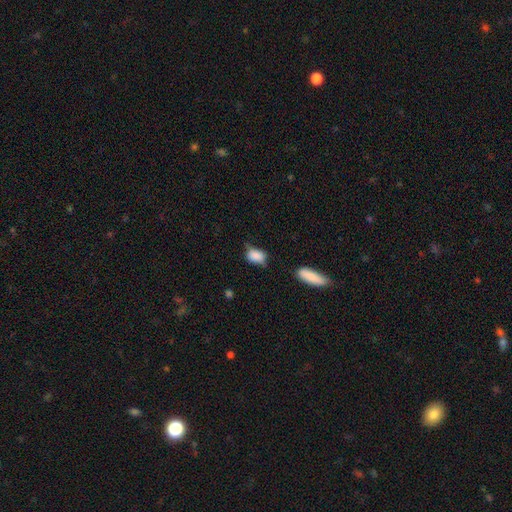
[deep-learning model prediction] The model was most divided on "merging": none: 45%, minor disturbance: 36%, major disturbance: 12%, merger: 7%. More confident: smooth or featured — smooth (81%); how rounded — in between (76%).